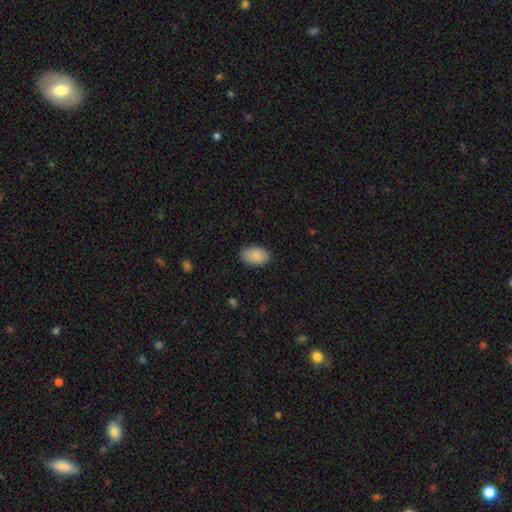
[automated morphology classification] This is clearly a smooth galaxy (88%). How rounded: clearly in between (92%). Merging: clearly none (84%).